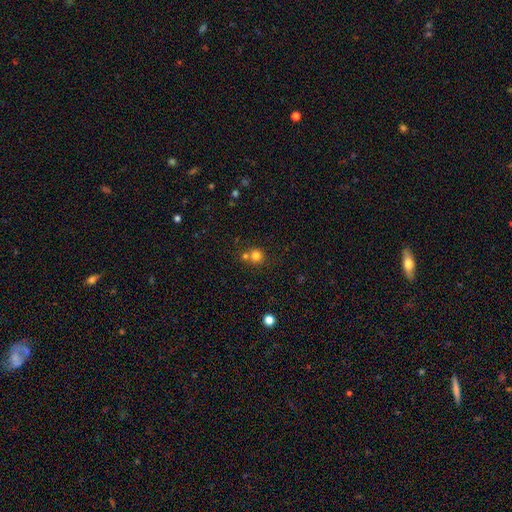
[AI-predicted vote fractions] Smooth or featured? smooth (78%)
How rounded? round (89%)
Merging? none (57%)